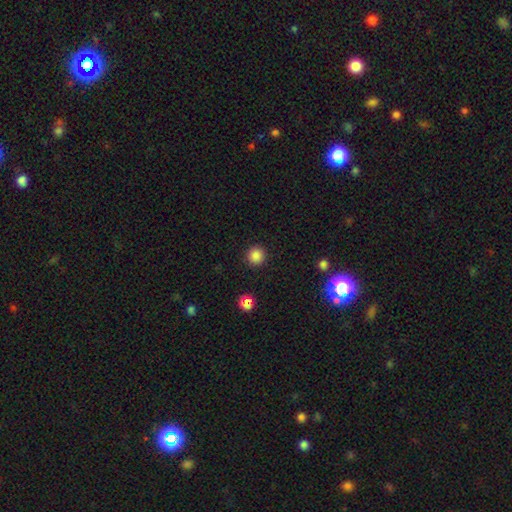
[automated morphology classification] Q: Smooth or featured?
A: smooth (84%); runner-up: star or artifact (13%)
Q: How rounded?
A: round (95%); runner-up: in between (4%)
Q: Merging?
A: none (92%); runner-up: minor disturbance (5%)